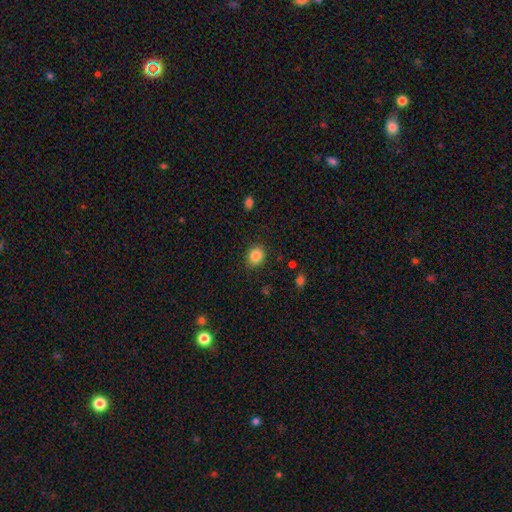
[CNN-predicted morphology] Smooth or featured?
  - smooth: 86% *
  - star or artifact: 10%
  - featured or disk: 4%
How rounded?
  - round: 68% *
  - in between: 31%
  - cigar-shaped: 1%
Merging?
  - none: 87% *
  - minor disturbance: 9%
  - major disturbance: 3%
  - merger: 1%